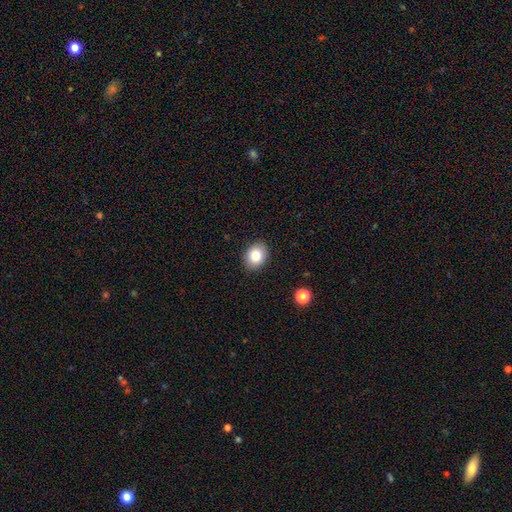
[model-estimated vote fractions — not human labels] A smooth galaxy with no disk features (83%) that is round (53%). Merging: none (90%).